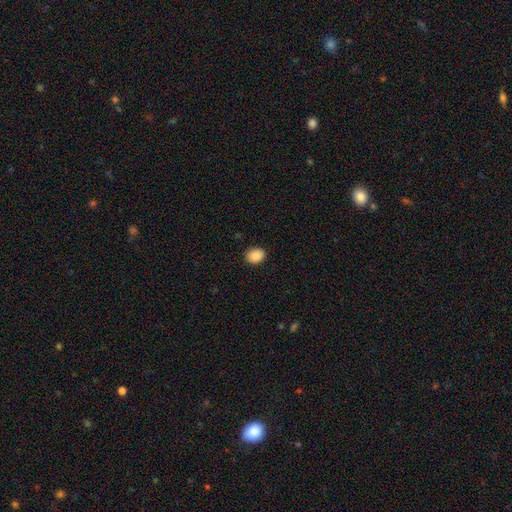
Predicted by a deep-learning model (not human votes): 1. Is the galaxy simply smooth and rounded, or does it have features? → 89% smooth, 8% star or artifact, 3% featured or disk.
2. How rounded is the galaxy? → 51% round, 48% in between, 1% cigar-shaped.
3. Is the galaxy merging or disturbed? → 89% none, 8% minor disturbance, 2% major disturbance, 1% merger.